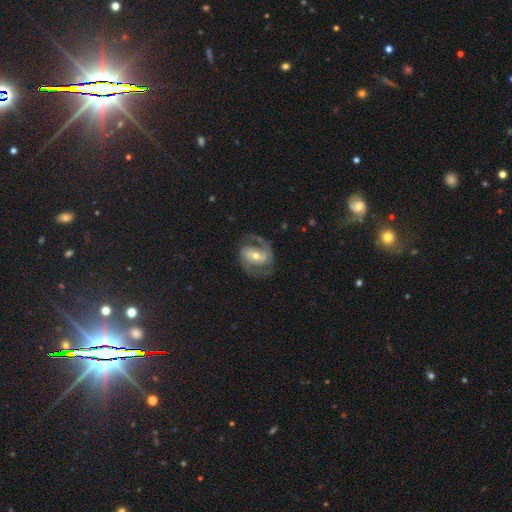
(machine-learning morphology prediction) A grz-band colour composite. It shows a featured or disk galaxy (86%) with a weak bar (41%), 2 (90%) medium (56%) spiral arms (94%) and a moderate central bulge (66%). Merging: none (74%).